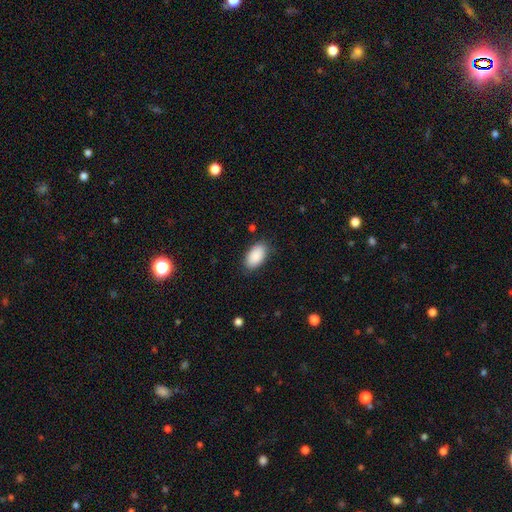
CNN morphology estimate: Smooth or featured? smooth (90%)
How rounded? in between (95%)
Merging? none (84%)